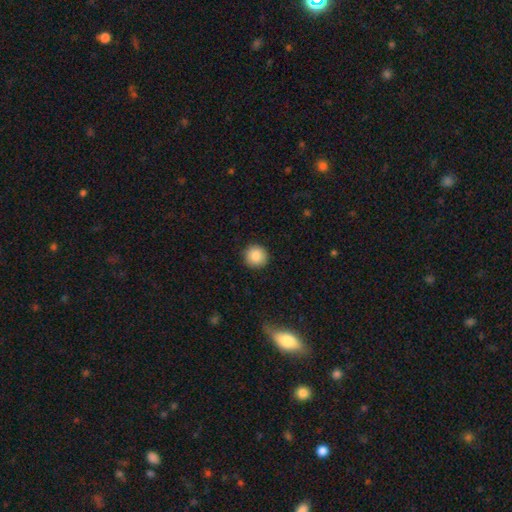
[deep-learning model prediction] A smooth galaxy with no disk features (87%) that is round (95%).

Vote fractions:
- Smooth or featured? smooth: 87% / star or artifact: 8% / featured or disk: 4%
- How rounded? round: 95% / in between: 4% / cigar-shaped: 1%
- Merging? none: 92% / minor disturbance: 5% / major disturbance: 2% / merger: 1%